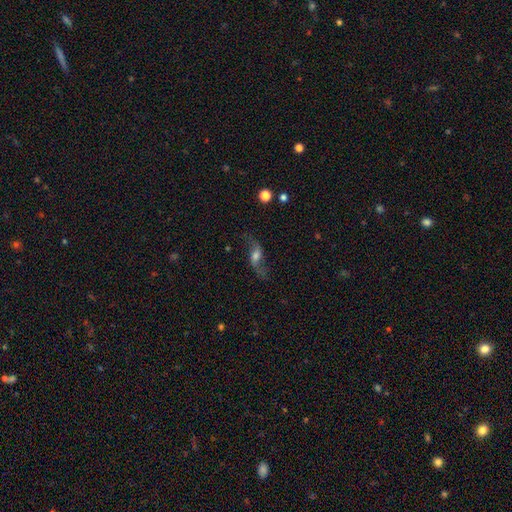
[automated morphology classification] A featured or disk galaxy (66%) with no bar (41%), 2 (91%) loose (88%) spiral arms (88%) and a moderate central bulge (49%). Merging: none (66%).